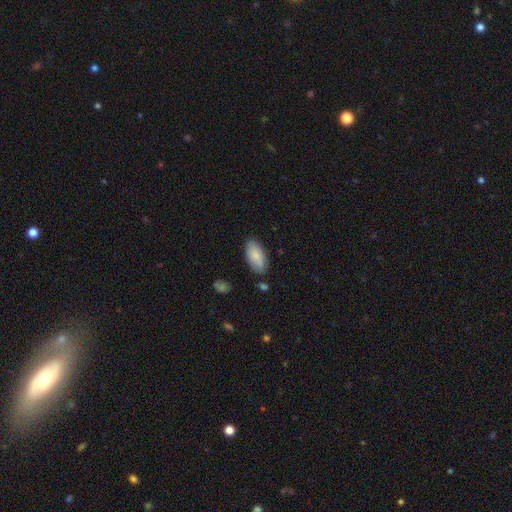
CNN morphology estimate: Smooth or featured? smooth (84%)
How rounded? in between (93%)
Merging? none (80%)